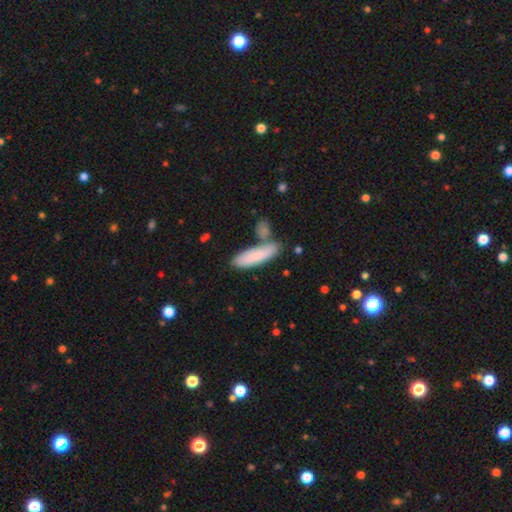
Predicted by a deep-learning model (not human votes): This appears to be a smooth galaxy with no disk features (82%) that is cigar-shaped (64%). Merging: none (65%).